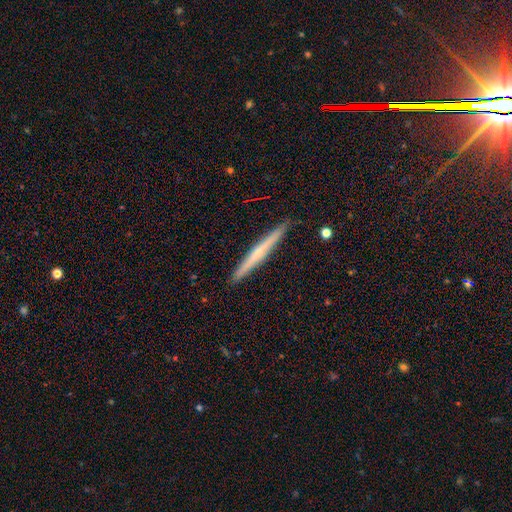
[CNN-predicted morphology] Overall: featured or disk (55%; smooth 36%). Edge-on disk: yes (98%). Edge-on bulge: none (56%; rounded 38%). Merging: none (92%).